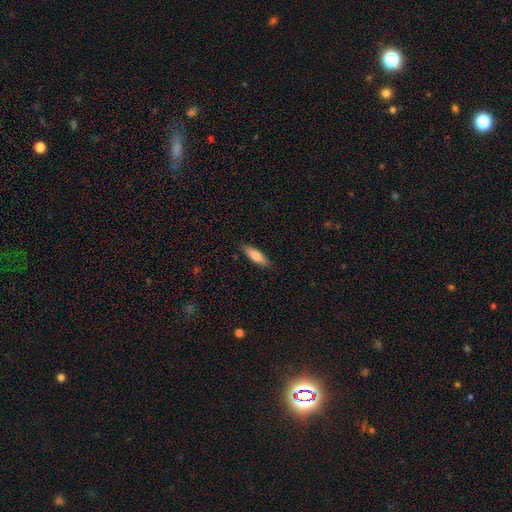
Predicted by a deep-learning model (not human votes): This appears to be a smooth galaxy with no disk features (75%) that is cigar-shaped (58%). Merging: none (88%).